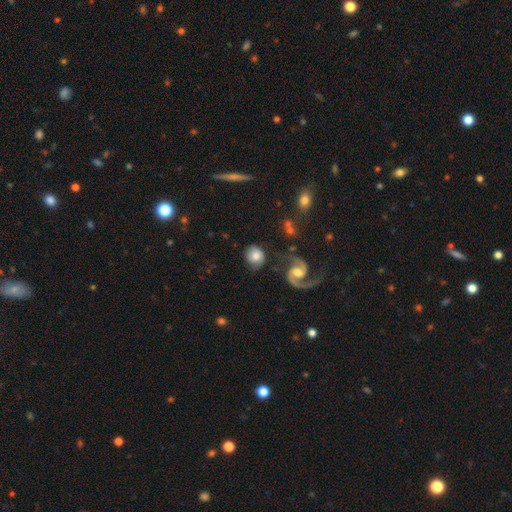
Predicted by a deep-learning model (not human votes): This appears to be a smooth galaxy with no disk features (58%) that is round (82%). Merging: none (73%).